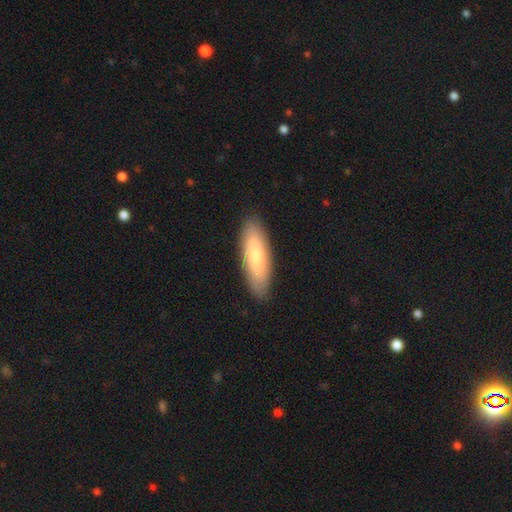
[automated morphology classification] The model was most divided on "how rounded": in between: 53%, cigar-shaped: 45%, round: 2%. More confident: merging — none (88%); smooth or featured — smooth (75%).